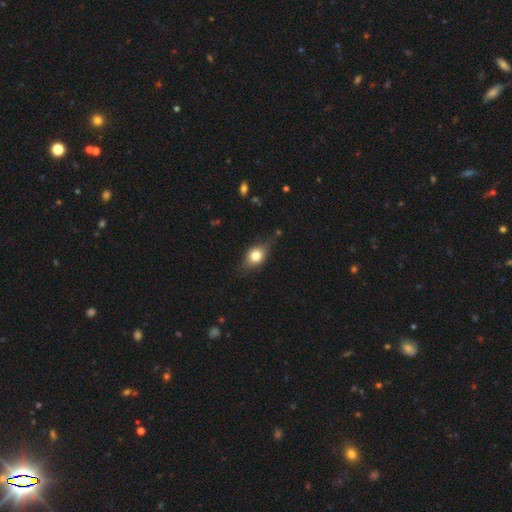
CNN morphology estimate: A smooth galaxy with no disk features (73%) that is in between round and cigar-shaped (66%).

Vote fractions:
- Smooth or featured? smooth: 73% / featured or disk: 18% / star or artifact: 9%
- How rounded? in between: 66% / round: 30% / cigar-shaped: 4%
- Merging? none: 68% / minor disturbance: 24% / major disturbance: 6% / merger: 2%